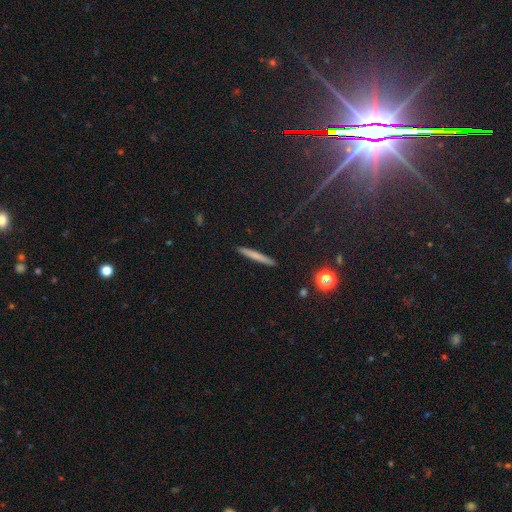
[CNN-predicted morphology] Smooth or featured? smooth (66%)
How rounded? cigar-shaped (96%)
Merging? none (91%)